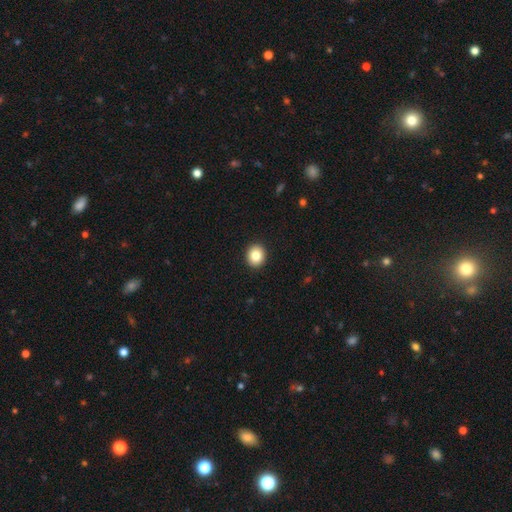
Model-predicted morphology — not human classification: The model was most divided on "how rounded": round: 74%, in between: 25%, cigar-shaped: 1%. More confident: merging — none (93%); smooth or featured — smooth (84%).